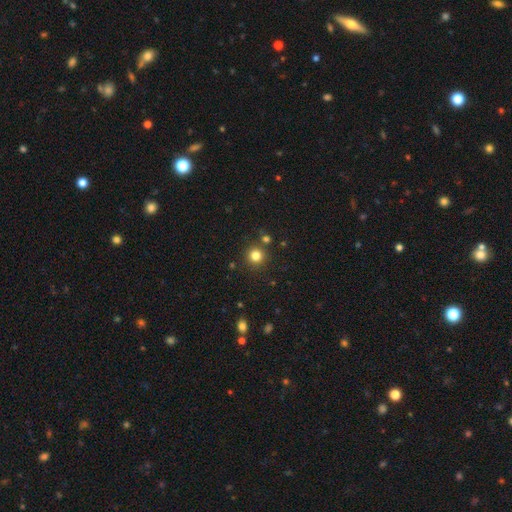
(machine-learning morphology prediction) A smooth galaxy with no disk features (80%) that is round (94%).

Vote fractions:
- Smooth or featured? smooth: 80% / star or artifact: 14% / featured or disk: 5%
- How rounded? round: 94% / in between: 5% / cigar-shaped: 1%
- Merging? none: 86% / minor disturbance: 6% / merger: 5% / major disturbance: 2%